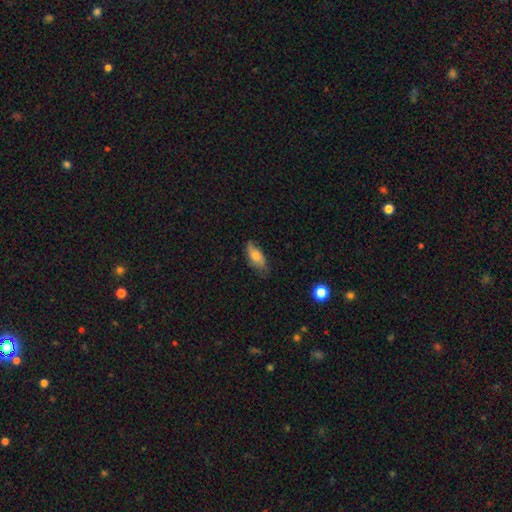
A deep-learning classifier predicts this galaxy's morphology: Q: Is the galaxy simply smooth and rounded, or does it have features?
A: smooth — 67%.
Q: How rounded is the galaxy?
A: in between — 83%.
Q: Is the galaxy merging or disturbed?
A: none — 67%.